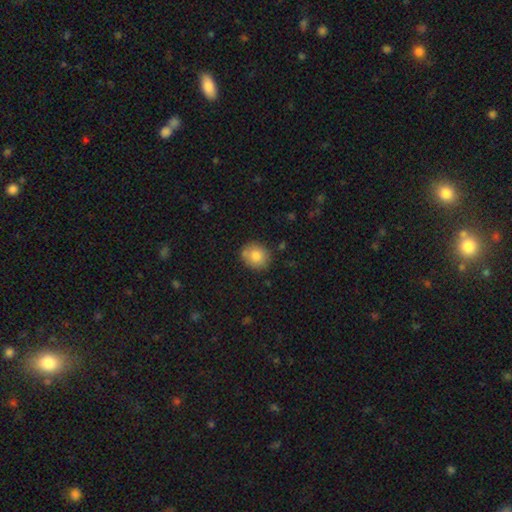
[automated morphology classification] A smooth galaxy with no disk features (81%) that is round (72%).

Vote fractions:
- Smooth or featured? smooth: 81% / featured or disk: 10% / star or artifact: 8%
- How rounded? round: 72% / in between: 27% / cigar-shaped: 1%
- Merging? none: 76% / minor disturbance: 15% / merger: 6% / major disturbance: 3%